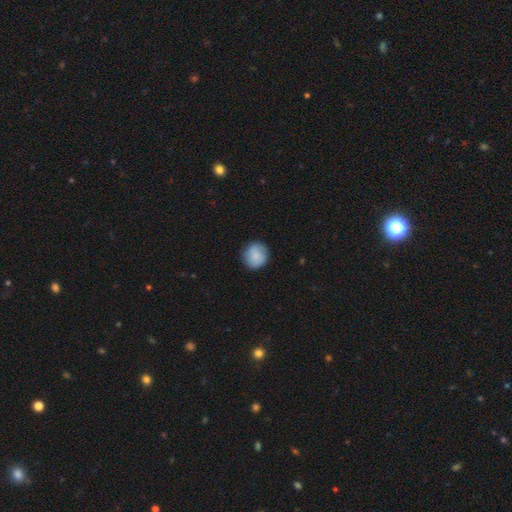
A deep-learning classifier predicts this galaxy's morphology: type=smooth (85%); roundness=round (87%); merging=none (85%).